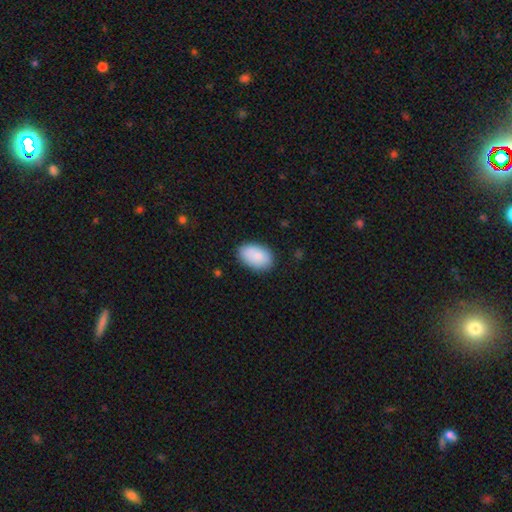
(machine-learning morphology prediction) The model was most divided on "merging": none: 80%, minor disturbance: 15%, major disturbance: 3%, merger: 2%. More confident: how rounded — in between (89%); smooth or featured — smooth (82%).